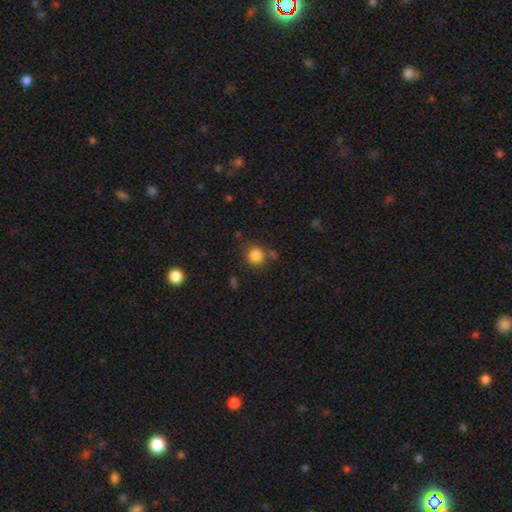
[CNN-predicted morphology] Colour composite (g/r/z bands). It shows a smooth galaxy with no disk features (84%) that is round (87%). Merging: none (74%).